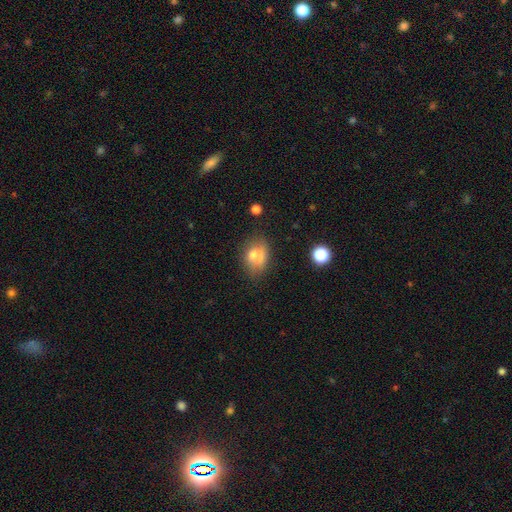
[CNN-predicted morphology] A smooth galaxy with no disk features (66%) that is in between round and cigar-shaped (59%).

Vote fractions:
- Smooth or featured? smooth: 66% / featured or disk: 22% / star or artifact: 12%
- How rounded? in between: 59% / round: 39% / cigar-shaped: 2%
- Merging? none: 42% / merger: 26% / minor disturbance: 21% / major disturbance: 10%